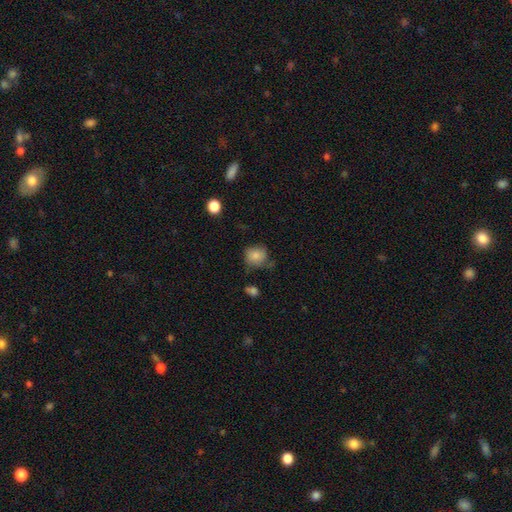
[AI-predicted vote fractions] Smooth or featured? Predicted: smooth (p=0.80). How rounded? Predicted: round (p=0.75). Merging? Predicted: none (p=0.58).